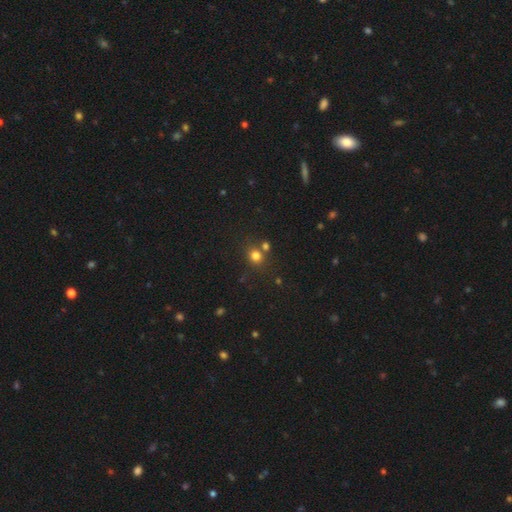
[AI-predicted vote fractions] smooth 76%, star or artifact 17%, featured or disk 6%. Down the decision tree: how rounded — round (82%); merging — none (68%).